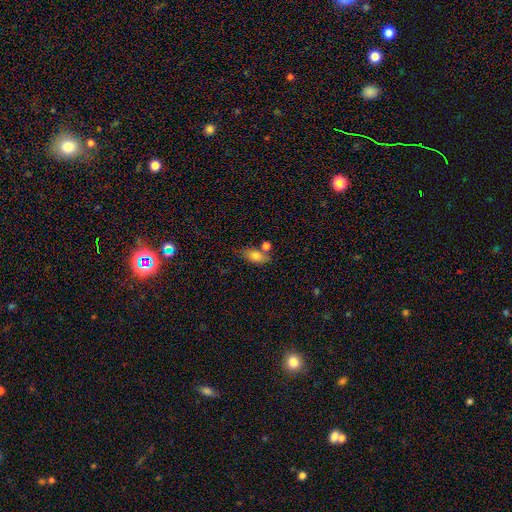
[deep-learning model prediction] A smooth galaxy with no disk features (75%) that is in between round and cigar-shaped (83%). Merging: none (60%).